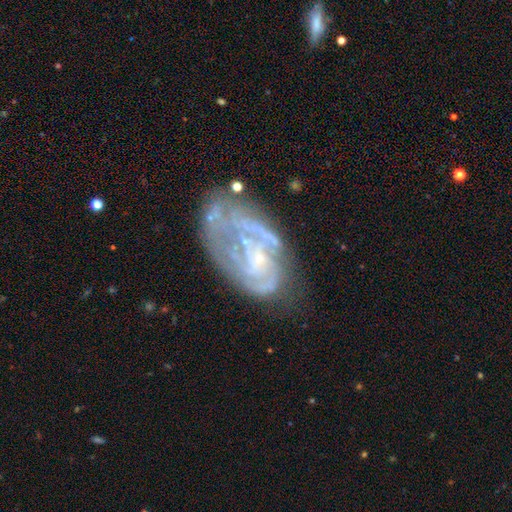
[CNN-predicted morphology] featured or disk 76%, smooth 15%, star or artifact 9%. Down the decision tree: edge-on disk — no (97%); bar — no (70%); spiral arms — yes (72%); spiral arm count — can't tell (43%); spiral winding — tight (52%); bulge size — small (61%); merging — none (42%).